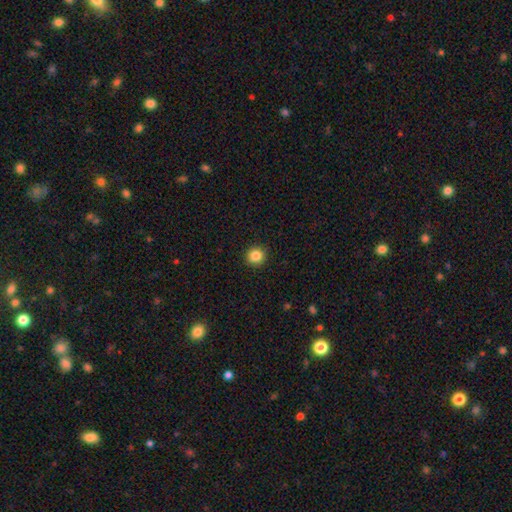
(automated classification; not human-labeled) smooth-or-featured: smooth: 86% | star or artifact: 10% | featured or disk: 4%
  how-rounded: round: 93% | in between: 6% | cigar-shaped: 1%
  merging: none: 93% | minor disturbance: 5% | major disturbance: 2% | merger: 1%